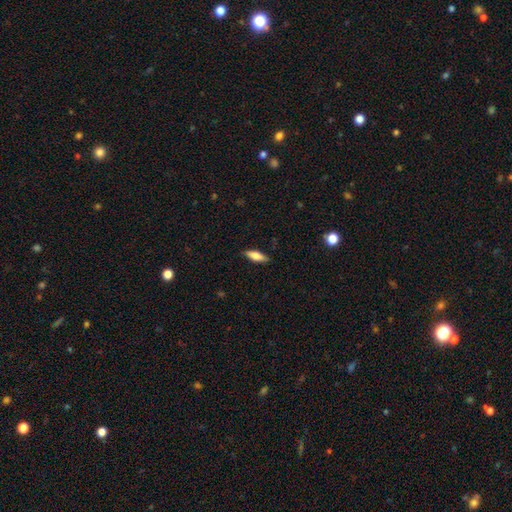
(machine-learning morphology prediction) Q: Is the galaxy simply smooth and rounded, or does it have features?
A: smooth — 71%.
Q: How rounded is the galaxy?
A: in between — 56%.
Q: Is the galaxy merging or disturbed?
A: none — 86%.